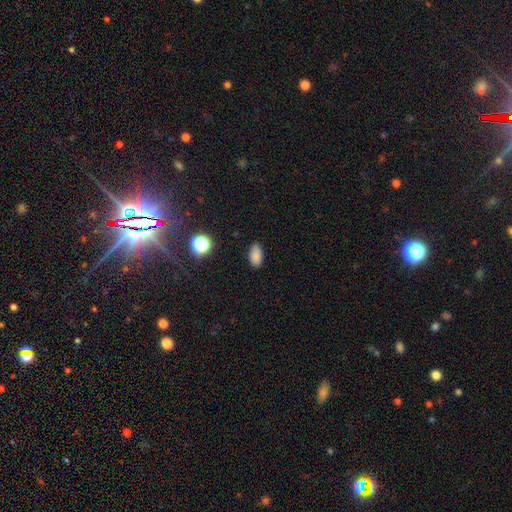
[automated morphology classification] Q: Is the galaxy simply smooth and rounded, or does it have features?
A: smooth — 84%.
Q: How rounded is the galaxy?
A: in between — 91%.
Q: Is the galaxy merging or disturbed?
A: none — 85%.